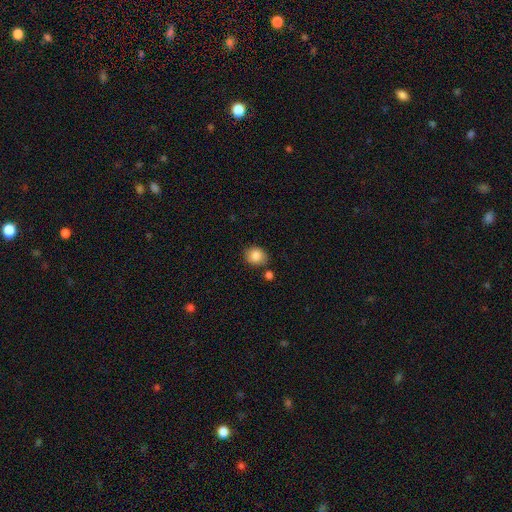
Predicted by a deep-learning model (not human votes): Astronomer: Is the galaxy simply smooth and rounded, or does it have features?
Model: smooth — 86%.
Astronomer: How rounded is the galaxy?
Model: round — 64%.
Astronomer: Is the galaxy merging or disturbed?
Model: none — 78%.